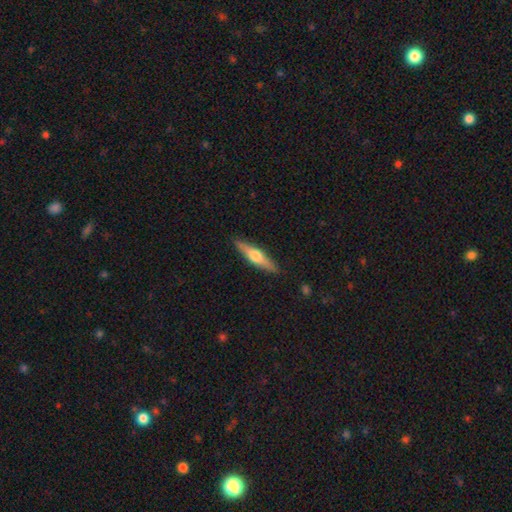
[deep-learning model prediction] Morphology: type=featured or disk (59%); edge-on=yes (95%); edge-on bulge=rounded (93%); merging=none (90%).